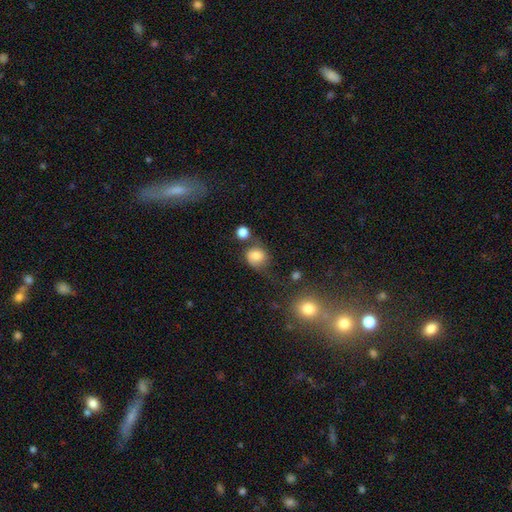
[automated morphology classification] The model was most divided on "merging": none: 47%, minor disturbance: 27%, major disturbance: 15%, merger: 11%. More confident: how rounded — round (72%); smooth or featured — smooth (71%).